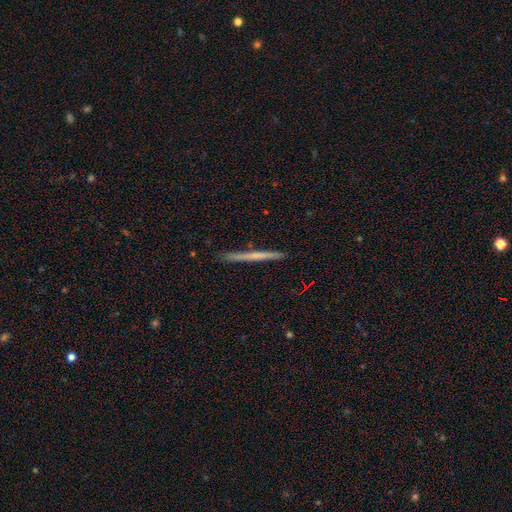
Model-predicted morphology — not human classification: A featured or disk galaxy (49%). Merging: none (90%).